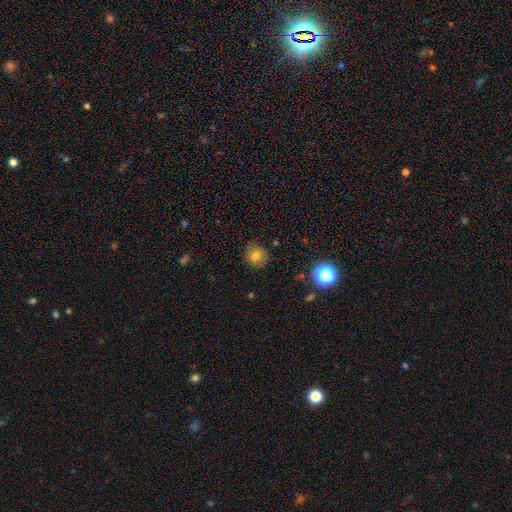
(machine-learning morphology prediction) Overall: smooth (77%). How rounded: round (89%). Merging: none (84%).